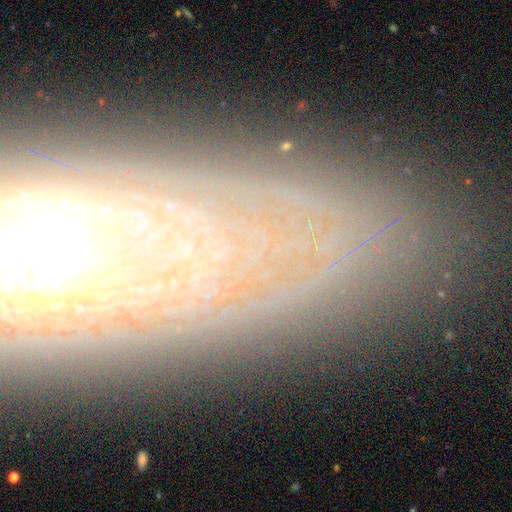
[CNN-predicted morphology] This is likely a featured or disk galaxy (63%). It is likely not viewed edge-on (70%). Merging: likely none (80%).